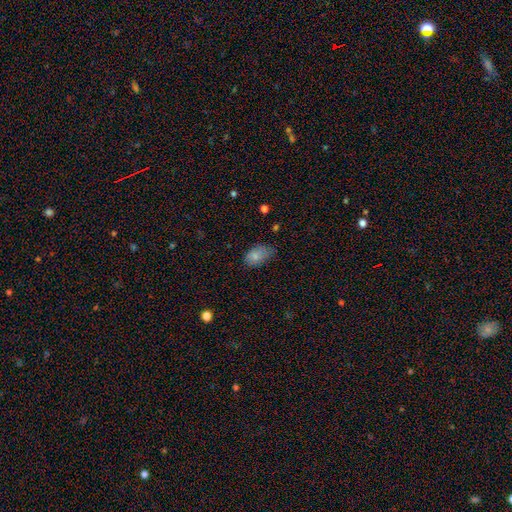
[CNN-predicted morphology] smooth 80%, featured or disk 11%, star or artifact 9%. Down the decision tree: how rounded — in between (90%); merging — none (56%).